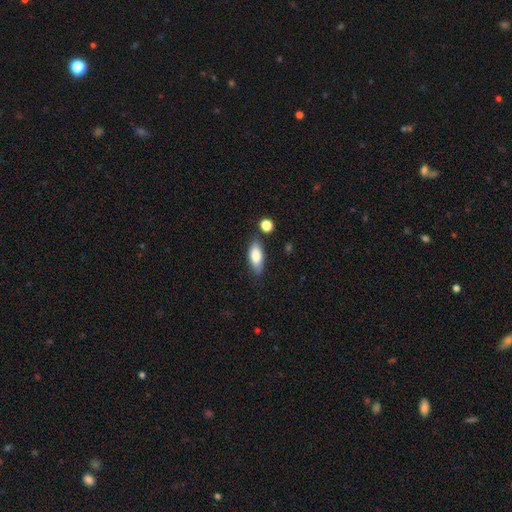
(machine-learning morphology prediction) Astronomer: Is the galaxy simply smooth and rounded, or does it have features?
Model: smooth — 81%.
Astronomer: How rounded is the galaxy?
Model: in between — 78%.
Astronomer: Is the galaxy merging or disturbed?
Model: none — 77%.